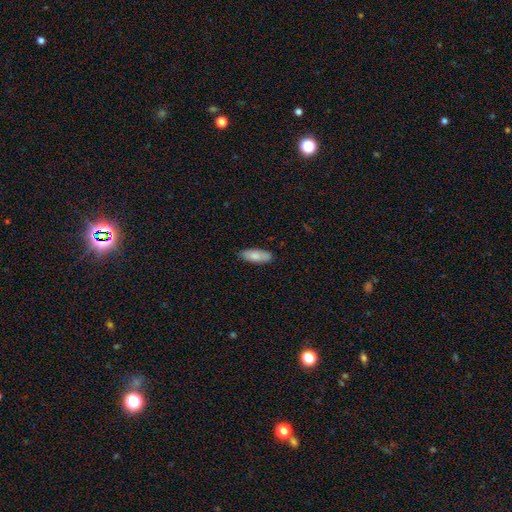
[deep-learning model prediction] smooth-or-featured: smooth: 83% | featured or disk: 11% | star or artifact: 6%
  how-rounded: in between: 73% | cigar-shaped: 25% | round: 2%
  merging: none: 86% | minor disturbance: 11% | major disturbance: 2% | merger: 1%